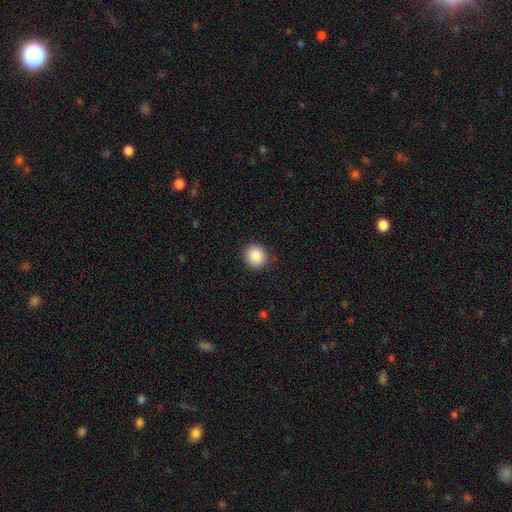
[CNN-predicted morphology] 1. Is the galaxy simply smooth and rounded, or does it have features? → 89% smooth, 8% star or artifact, 3% featured or disk.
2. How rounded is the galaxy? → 88% round, 11% in between, 1% cigar-shaped.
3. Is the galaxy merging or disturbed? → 89% none, 8% minor disturbance, 2% major disturbance, 1% merger.